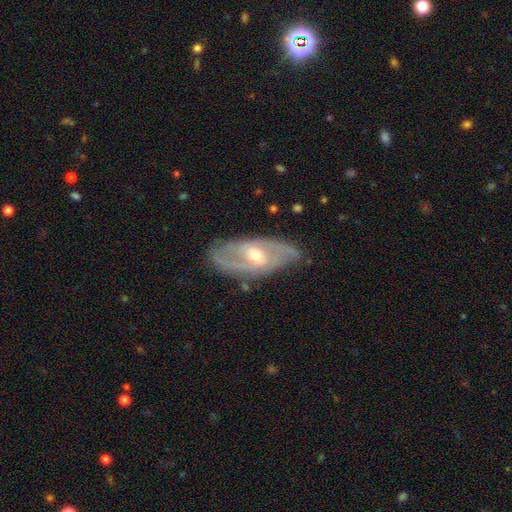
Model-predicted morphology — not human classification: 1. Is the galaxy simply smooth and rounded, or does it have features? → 81% featured or disk, 14% smooth, 5% star or artifact.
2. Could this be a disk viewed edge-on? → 90% no, 10% yes.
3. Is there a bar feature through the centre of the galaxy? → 44% no, 42% weak, 14% strong.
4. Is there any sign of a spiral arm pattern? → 86% yes, 14% no.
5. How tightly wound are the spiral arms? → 45% medium, 33% tight, 21% loose.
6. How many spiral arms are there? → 74% 2, 15% can't tell, 4% 3, 3% 1, 2% 4, 2% more than 4.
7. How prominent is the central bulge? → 60% moderate, 36% small, 3% large, 1% none, 1% dominant.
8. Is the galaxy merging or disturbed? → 77% none, 16% minor disturbance, 5% major disturbance, 2% merger.